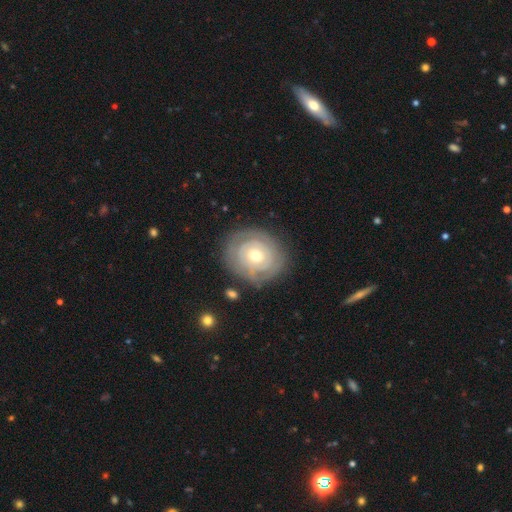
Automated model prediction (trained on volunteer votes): Morphology: type=featured or disk (75%); edge-on=no (97%); bar=no (80%); spiral arms=yes (82%); winding=tight (84%); arm count=can't tell (45%); bulge=moderate (56%); merging=none (80%).